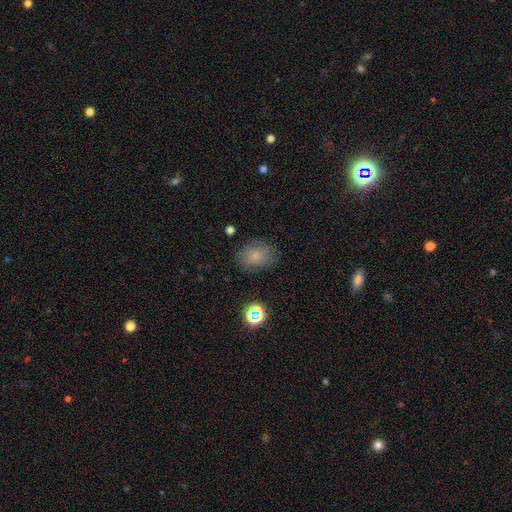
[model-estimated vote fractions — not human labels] Overall: smooth (72%). How rounded: in between (58%; round 41%). Merging: none (76%).